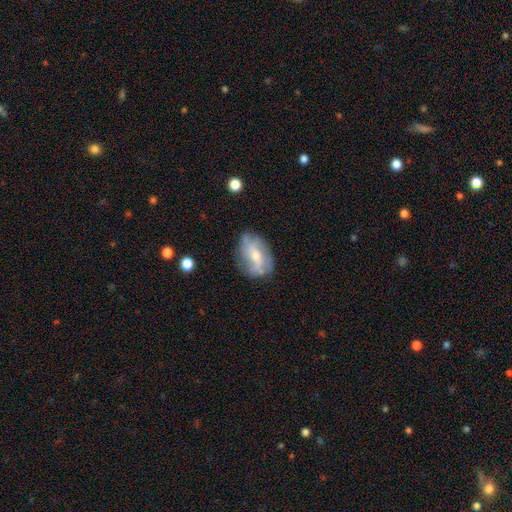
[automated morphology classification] A featured or disk galaxy (60%) with no bar (44%), spiral arms (72%) and a small central bulge (51%). Merging: none (63%).